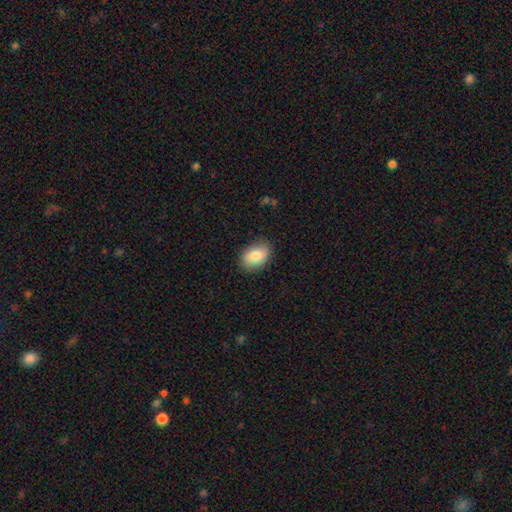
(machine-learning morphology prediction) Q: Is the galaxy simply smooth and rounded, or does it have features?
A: smooth — 84%.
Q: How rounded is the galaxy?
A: in between — 86%.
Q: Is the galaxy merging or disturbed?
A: none — 87%.